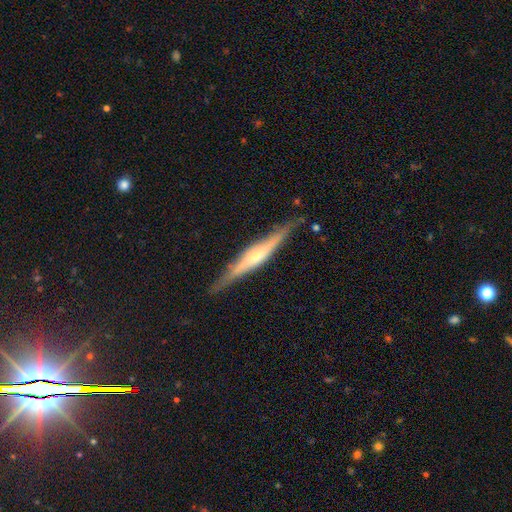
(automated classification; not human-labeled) This appears to be a featured or disk galaxy (73%) viewed edge-on (96%) with a rounded central bulge (71%). Merging: none (86%).